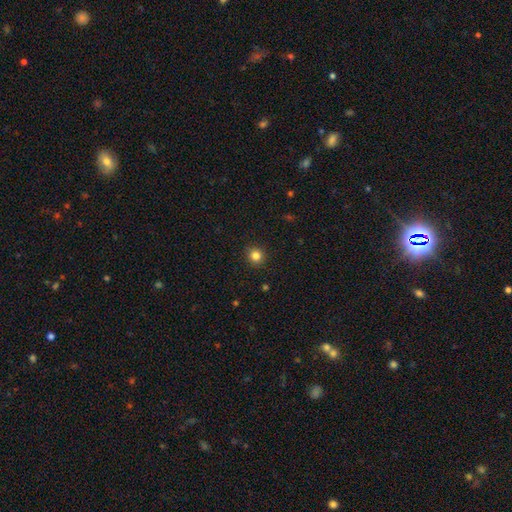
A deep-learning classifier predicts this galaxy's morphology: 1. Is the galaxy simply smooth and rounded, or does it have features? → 83% smooth, 12% star or artifact, 5% featured or disk.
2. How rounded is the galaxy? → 92% round, 7% in between, 1% cigar-shaped.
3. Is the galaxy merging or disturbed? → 92% none, 5% minor disturbance, 2% major disturbance, 1% merger.